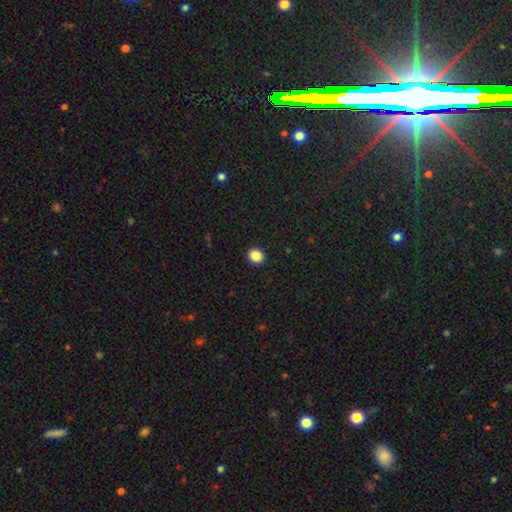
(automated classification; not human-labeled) Morphology: type=smooth (87%); roundness=round (77%); merging=none (93%).